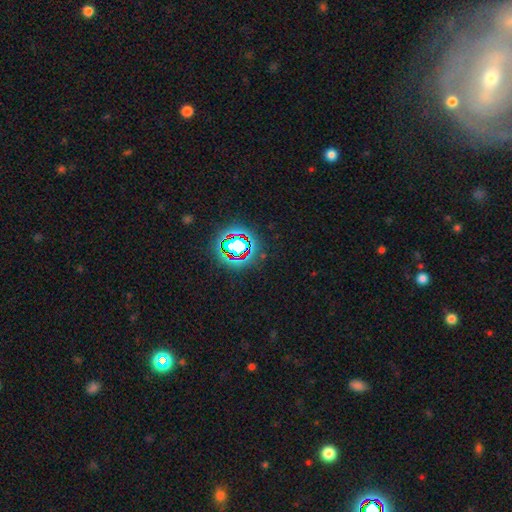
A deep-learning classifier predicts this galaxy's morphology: smooth-or-featured: star or artifact: 79% | smooth: 12% | featured or disk: 9%